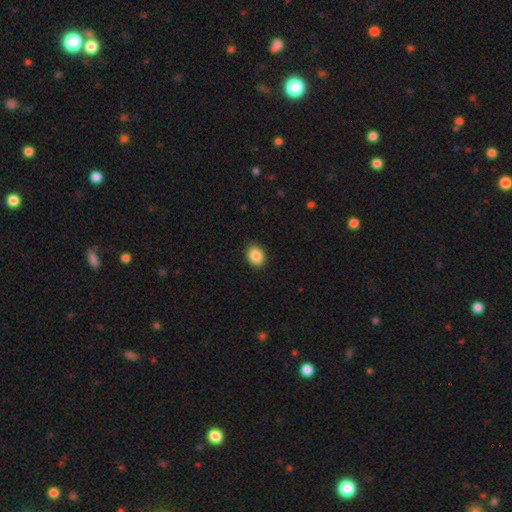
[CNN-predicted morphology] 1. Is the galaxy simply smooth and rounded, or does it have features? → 88% smooth, 8% star or artifact, 4% featured or disk.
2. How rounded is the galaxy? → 55% in between, 44% round, 1% cigar-shaped.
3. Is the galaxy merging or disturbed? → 90% none, 7% minor disturbance, 2% major disturbance, 1% merger.